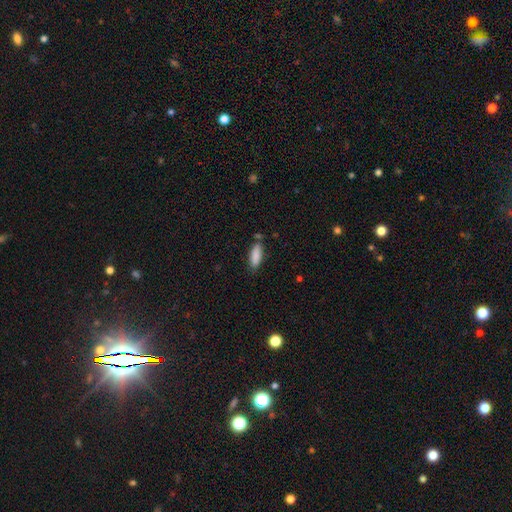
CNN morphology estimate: Overall: smooth (88%). How rounded: in between (66%; cigar-shaped 32%). Merging: none (76%).